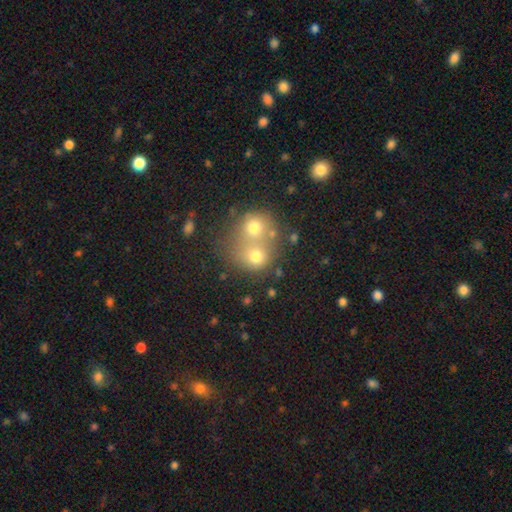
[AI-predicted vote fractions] Smooth or featured? Predicted: smooth (p=0.67). How rounded? Predicted: round (p=0.75). Merging? Predicted: merger (p=0.61).